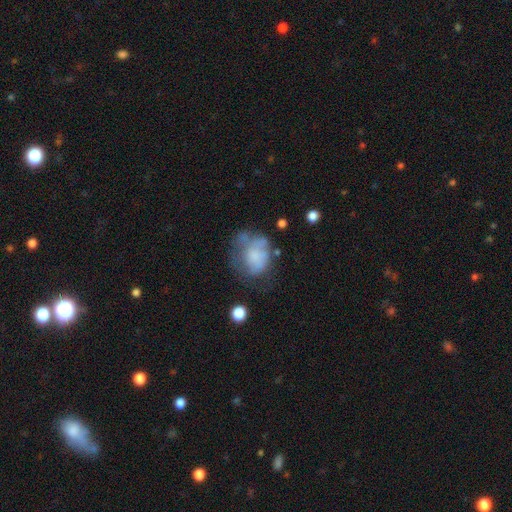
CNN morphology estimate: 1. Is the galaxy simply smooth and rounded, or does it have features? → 54% smooth, 36% featured or disk, 10% star or artifact.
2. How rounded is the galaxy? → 55% round, 44% in between, 1% cigar-shaped.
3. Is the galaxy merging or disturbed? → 33% none, 31% major disturbance, 28% minor disturbance, 8% merger.